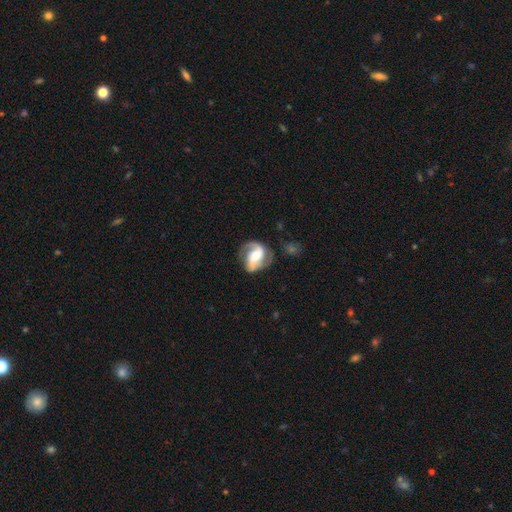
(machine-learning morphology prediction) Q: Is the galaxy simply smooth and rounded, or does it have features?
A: featured or disk — 85%.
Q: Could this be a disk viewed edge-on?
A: no — 98%.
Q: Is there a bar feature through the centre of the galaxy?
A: weak — 37%.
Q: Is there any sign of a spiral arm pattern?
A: yes — 95%.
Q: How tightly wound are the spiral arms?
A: medium — 49%.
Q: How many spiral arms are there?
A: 2 — 90%.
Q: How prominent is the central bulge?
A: moderate — 58%.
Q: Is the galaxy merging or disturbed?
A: none — 73%.